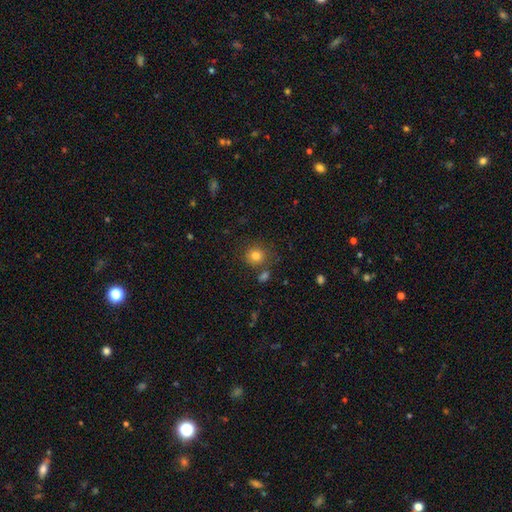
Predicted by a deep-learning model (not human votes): smooth 81%, star or artifact 12%, featured or disk 7%. Down the decision tree: how rounded — round (84%); merging — none (76%).